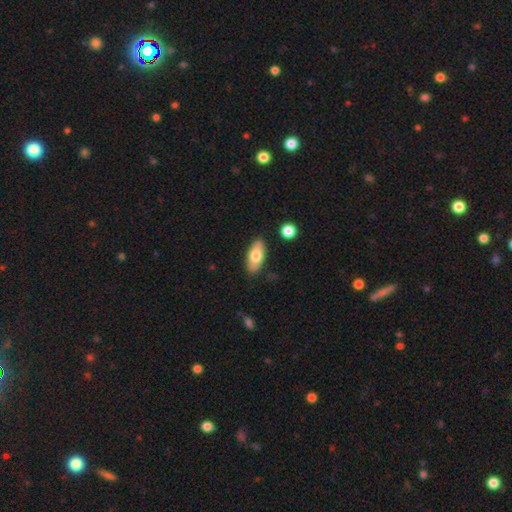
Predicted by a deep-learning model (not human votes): Smooth or featured: smooth — 72% (featured or disk — 23%)
How rounded: in between — 87% (cigar-shaped — 10%)
Merging: none — 85% (minor disturbance — 11%)